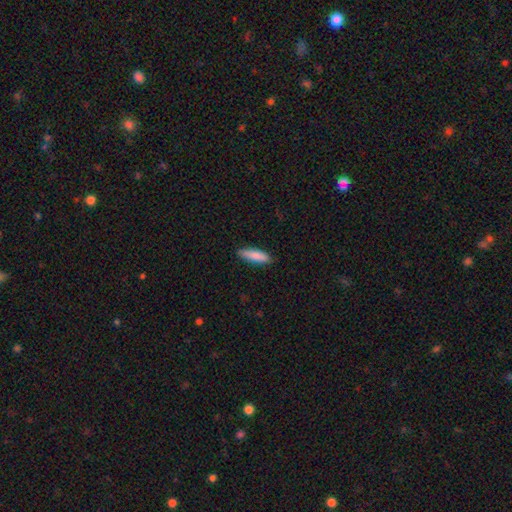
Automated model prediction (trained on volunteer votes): Smooth or featured? smooth (87%)
How rounded? cigar-shaped (62%)
Merging? none (86%)